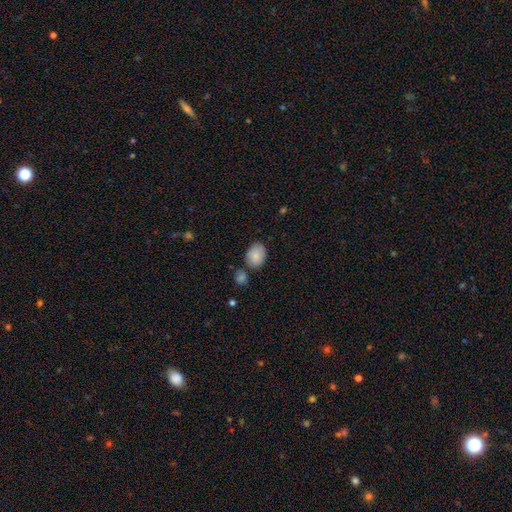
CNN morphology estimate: This appears to be a smooth galaxy with no disk features (86%) that is in between round and cigar-shaped (70%). Merging: none (69%).